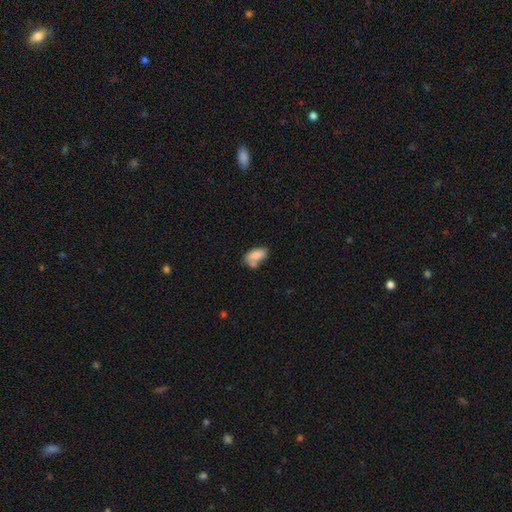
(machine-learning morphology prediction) smooth 81%, featured or disk 11%, star or artifact 8%. Down the decision tree: how rounded — in between (91%); merging — none (42%).